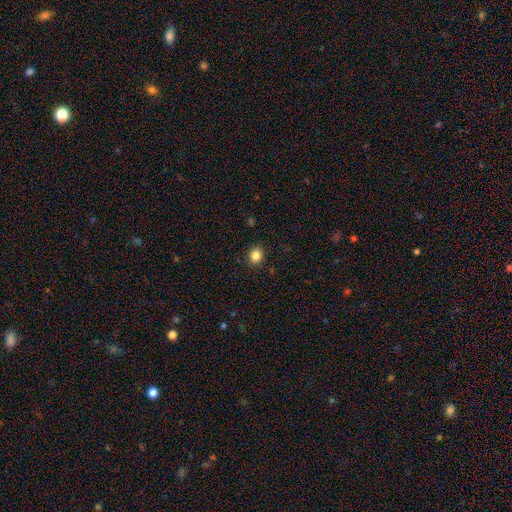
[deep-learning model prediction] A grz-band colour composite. It shows a smooth galaxy with no disk features (84%) that is round (79%). Merging: none (89%).